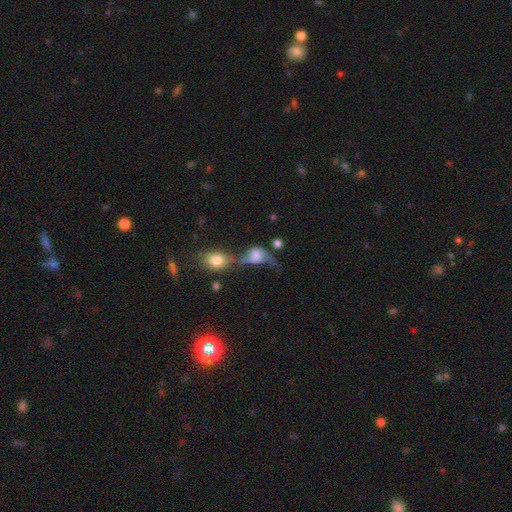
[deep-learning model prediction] smooth 50%, featured or disk 39%, star or artifact 11%. Down the decision tree: merging — merger (55%).